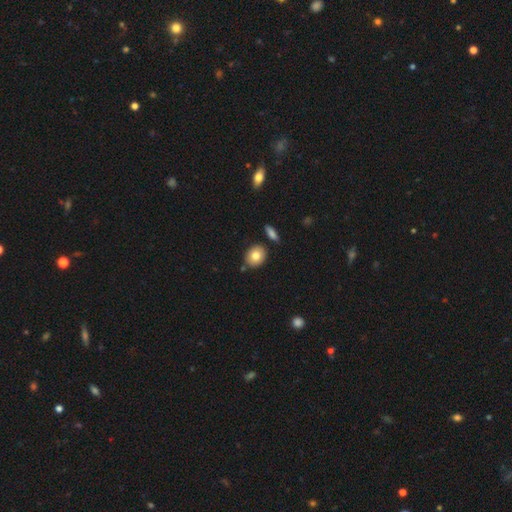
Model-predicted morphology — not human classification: The model was most divided on "how rounded": round: 54%, in between: 44%, cigar-shaped: 1%. More confident: merging — none (80%); smooth or featured — smooth (79%).